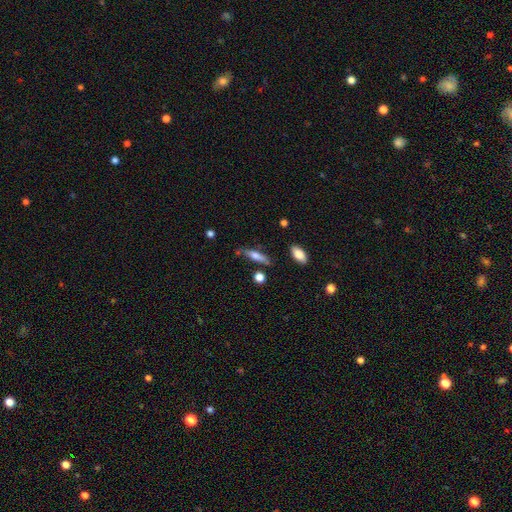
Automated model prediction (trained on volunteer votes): Smooth or featured? Predicted: smooth (p=0.60). How rounded? Predicted: cigar-shaped (p=0.68). Merging? Predicted: none (p=0.69).